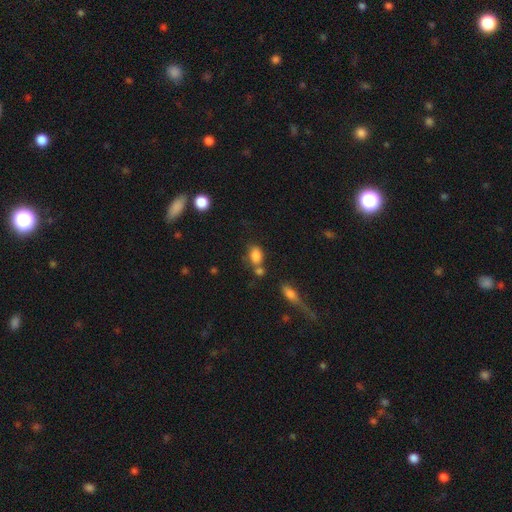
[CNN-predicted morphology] smooth 84%, star or artifact 10%, featured or disk 7%. Down the decision tree: how rounded — in between (75%); merging — none (53%).